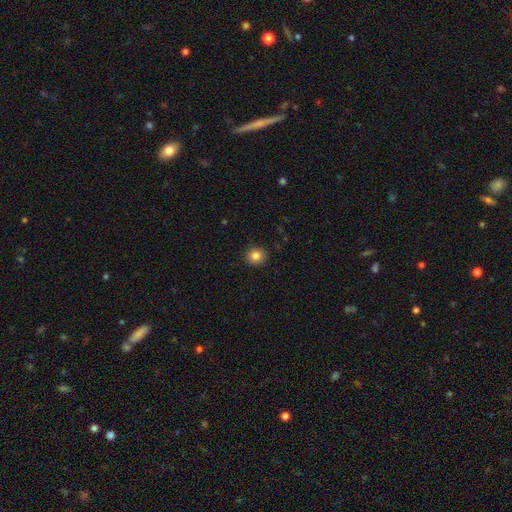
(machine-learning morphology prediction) Overall: smooth (84%). How rounded: round (89%). Merging: none (92%).